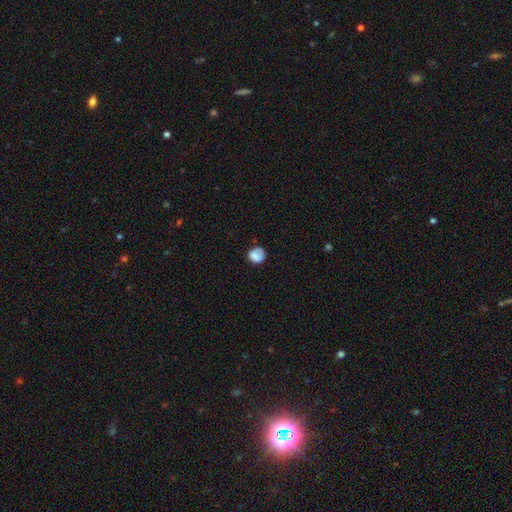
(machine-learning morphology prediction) Smooth or featured? smooth (81%)
How rounded? round (82%)
Merging? none (70%)